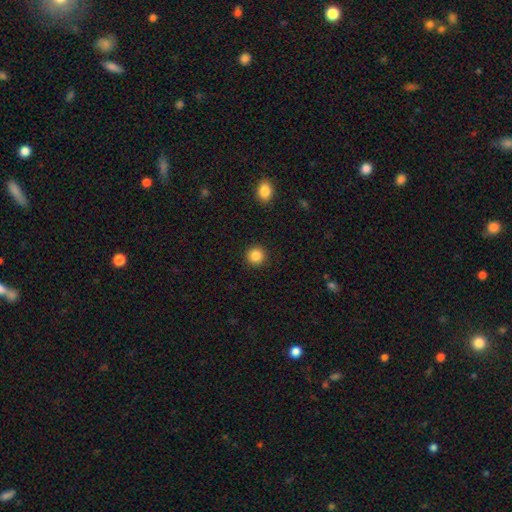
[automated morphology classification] A smooth galaxy with no disk features (86%) that is round (94%).

Vote fractions:
- Smooth or featured? smooth: 86% / star or artifact: 10% / featured or disk: 4%
- How rounded? round: 94% / in between: 5% / cigar-shaped: 1%
- Merging? none: 92% / minor disturbance: 5% / major disturbance: 2% / merger: 1%